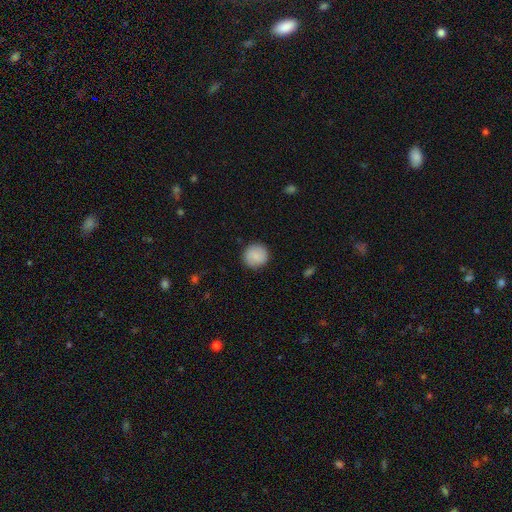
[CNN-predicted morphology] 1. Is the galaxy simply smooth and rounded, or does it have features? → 83% smooth, 11% featured or disk, 7% star or artifact.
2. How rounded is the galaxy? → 94% round, 5% in between, 1% cigar-shaped.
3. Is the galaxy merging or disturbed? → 88% none, 9% minor disturbance, 2% major disturbance, 1% merger.